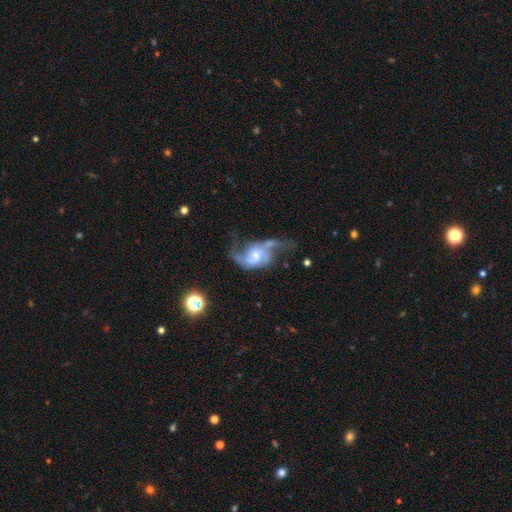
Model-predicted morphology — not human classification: Smooth or featured: featured or disk — 84% (smooth — 10%)
Edge-on disk: no — 97% (yes — 3%)
Bar: no — 50% (weak — 41%)
Spiral arms: yes — 93% (no — 7%)
Spiral winding: loose — 45% (medium — 42%)
Spiral arm count: 2 — 74% (3 — 9%)
Bulge size: moderate — 43% (small — 39%)
Merging: none — 36% (major disturbance — 35%)